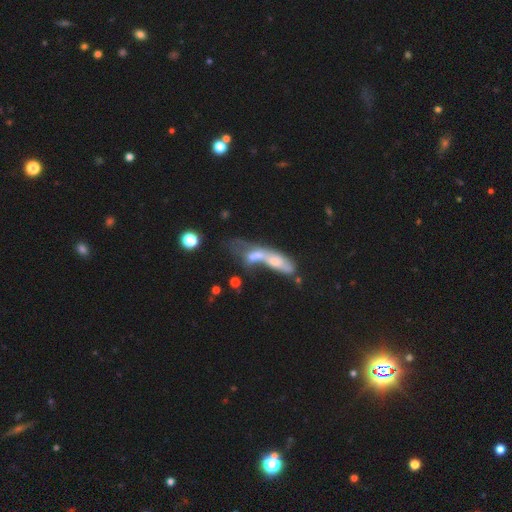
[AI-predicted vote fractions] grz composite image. It shows a smooth galaxy with no disk features (48%). Merging: merger (68%).